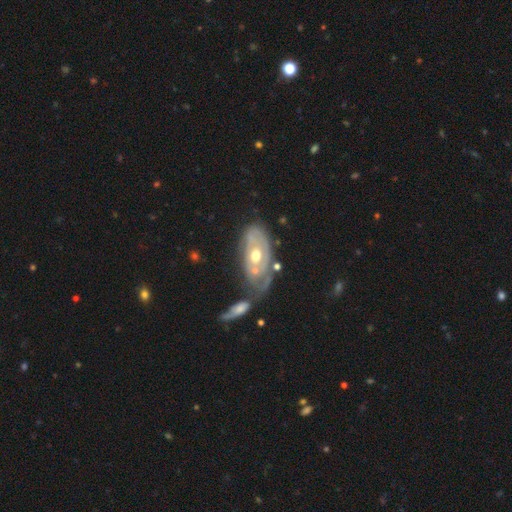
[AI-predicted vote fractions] This is likely a featured or disk galaxy (74%). It is clearly not viewed edge-on (92%). Bar: clearly no (84%). Spiral arm pattern: possibly yes (57%). Central bulge: likely moderate (75%). Merging: marginally none (44%).